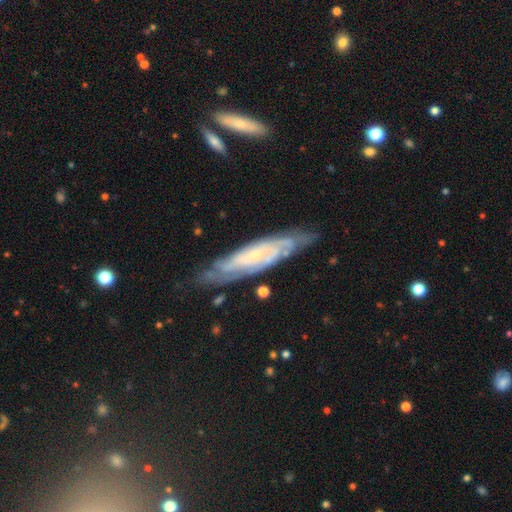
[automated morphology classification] This appears to be a featured or disk galaxy (83%) with no bar (64%), tight (69%) spiral arms (96%) and a small central bulge (78%). Merging: none (74%).